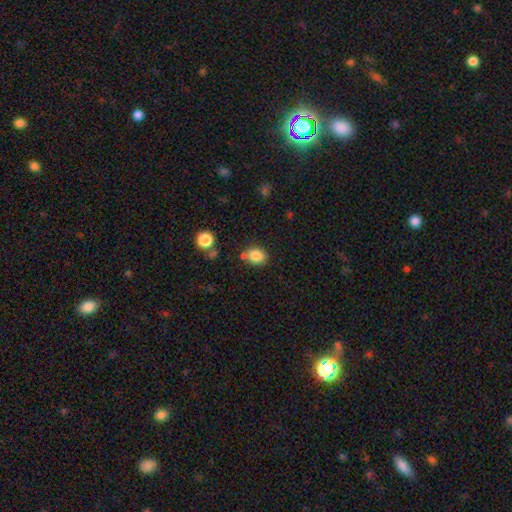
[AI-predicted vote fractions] Morphology: type=smooth (83%); roundness=round (54%); merging=none (69%).